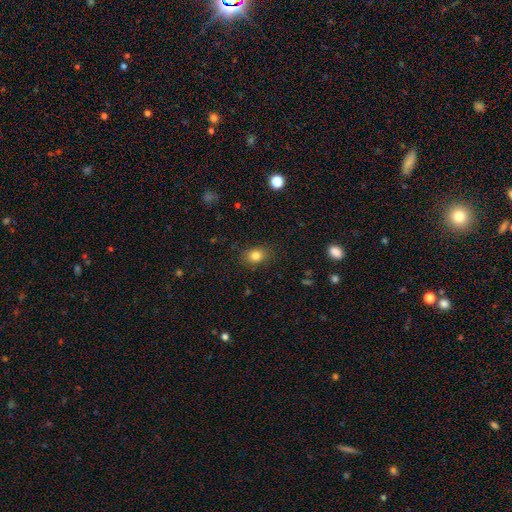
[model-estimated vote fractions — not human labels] Smooth or featured?
  - smooth: 83% *
  - star or artifact: 11%
  - featured or disk: 7%
How rounded?
  - in between: 60% *
  - round: 39%
  - cigar-shaped: 1%
Merging?
  - none: 85% *
  - minor disturbance: 11%
  - major disturbance: 3%
  - merger: 1%